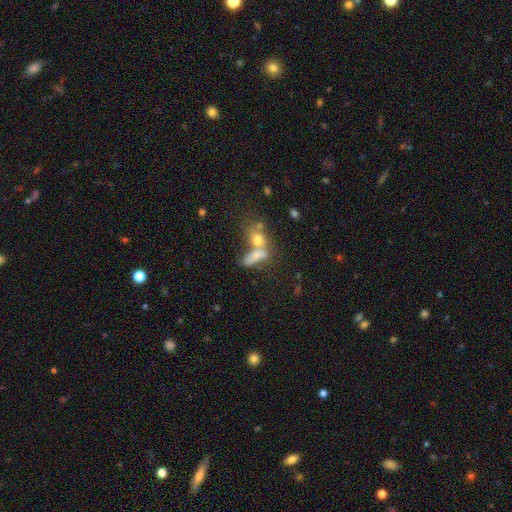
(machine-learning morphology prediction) type=smooth (67%); roundness=in between (64%); merging=merger (59%).